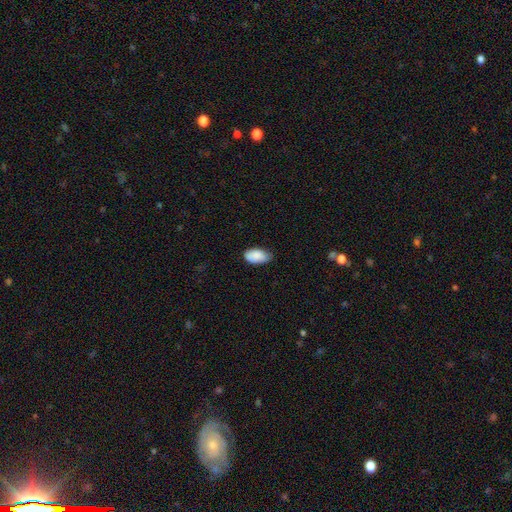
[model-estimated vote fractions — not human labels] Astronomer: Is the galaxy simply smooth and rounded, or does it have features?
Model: smooth — 87%.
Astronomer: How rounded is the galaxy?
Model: in between — 94%.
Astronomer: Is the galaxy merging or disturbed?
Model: none — 64%.